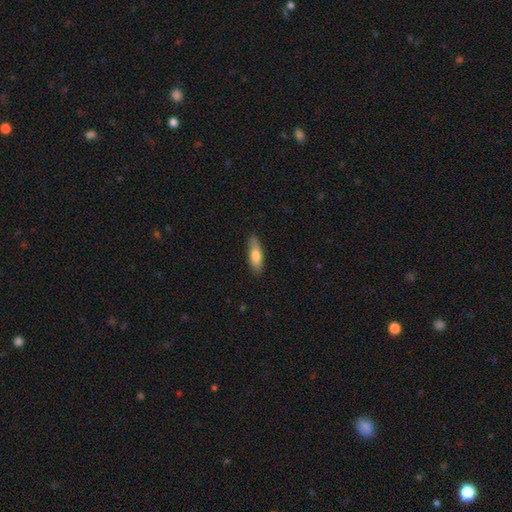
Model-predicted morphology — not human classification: Q: Smooth or featured?
A: smooth (75%); runner-up: featured or disk (19%)
Q: How rounded?
A: in between (52%); runner-up: cigar-shaped (46%)
Q: Merging?
A: none (85%); runner-up: minor disturbance (12%)